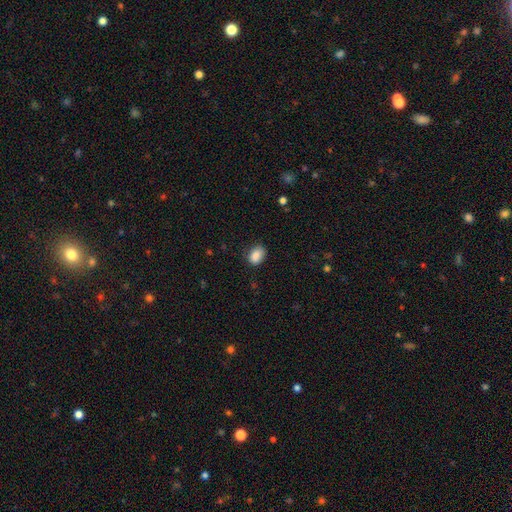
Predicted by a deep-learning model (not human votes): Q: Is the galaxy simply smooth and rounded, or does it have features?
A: smooth — 87%.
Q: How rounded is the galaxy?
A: in between — 75%.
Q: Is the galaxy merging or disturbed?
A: none — 77%.